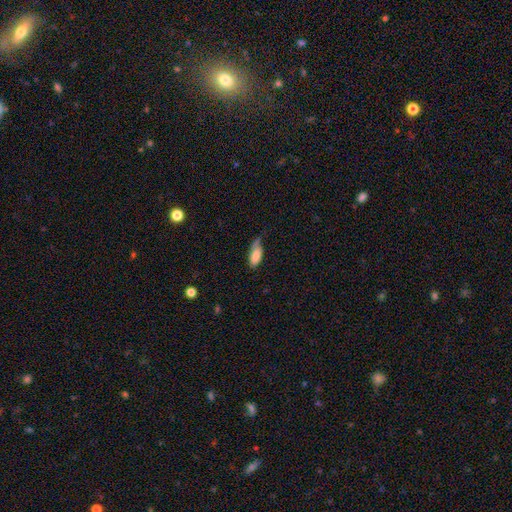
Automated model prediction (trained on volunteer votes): A smooth galaxy with no disk features (81%) that is in between round and cigar-shaped (84%). Merging: minor disturbance (40%).